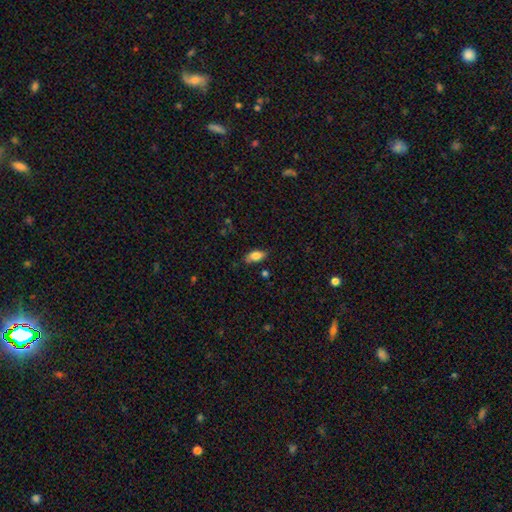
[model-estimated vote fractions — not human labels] Q: Smooth or featured?
A: smooth (80%); runner-up: featured or disk (12%)
Q: How rounded?
A: in between (88%); runner-up: cigar-shaped (8%)
Q: Merging?
A: none (75%); runner-up: minor disturbance (19%)